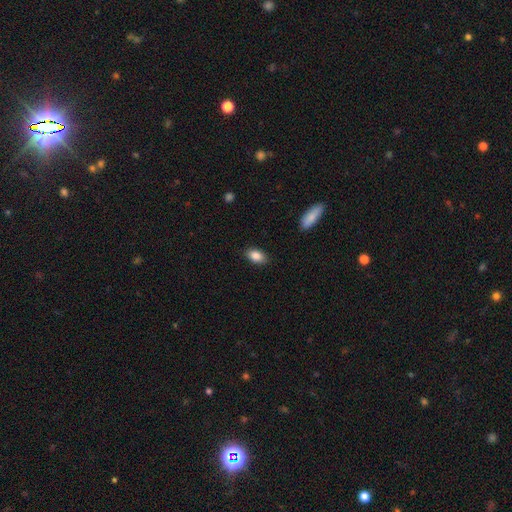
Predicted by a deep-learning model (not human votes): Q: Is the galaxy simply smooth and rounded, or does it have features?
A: smooth — 87%.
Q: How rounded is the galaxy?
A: in between — 90%.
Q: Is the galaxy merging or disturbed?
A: none — 86%.